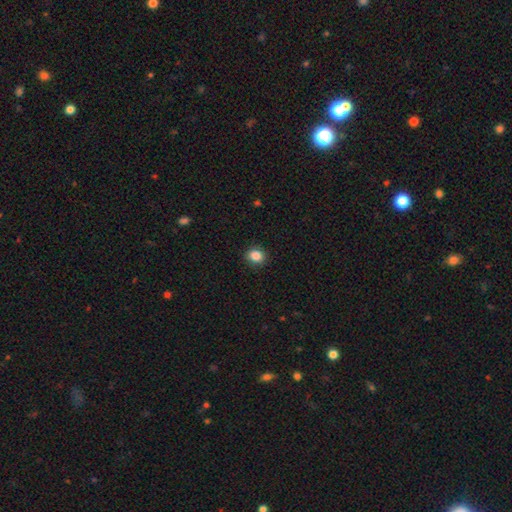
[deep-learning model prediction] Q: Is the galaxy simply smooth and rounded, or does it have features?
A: smooth — 86%.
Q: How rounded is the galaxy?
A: round — 69%.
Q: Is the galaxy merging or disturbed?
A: none — 90%.